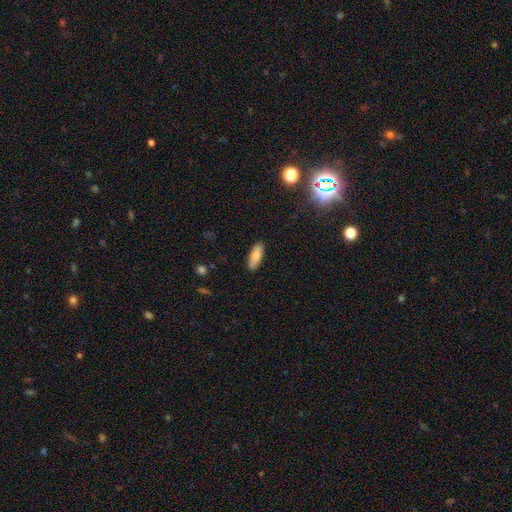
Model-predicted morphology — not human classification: Smooth or featured? Predicted: smooth (p=0.83). How rounded? Predicted: in between (p=0.66). Merging? Predicted: none (p=0.89).